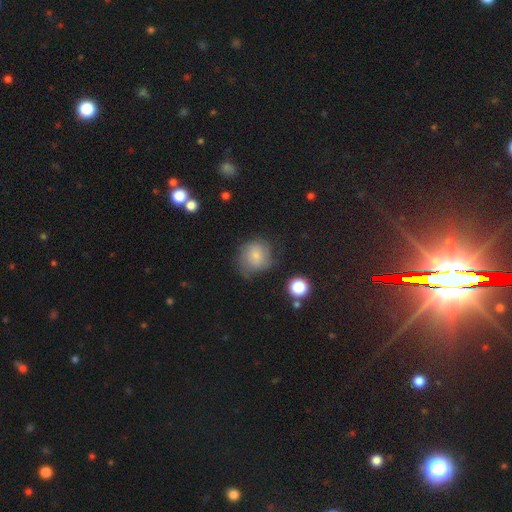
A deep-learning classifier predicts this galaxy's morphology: Smooth or featured? smooth (69%)
How rounded? round (81%)
Merging? none (51%)